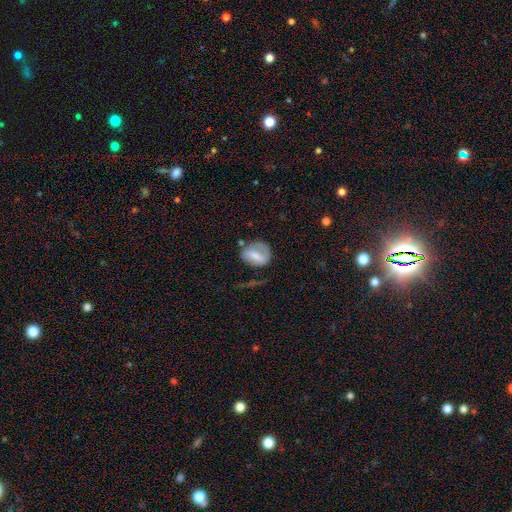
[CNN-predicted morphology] type=smooth (58%); roundness=round (53%); merging=none (53%).